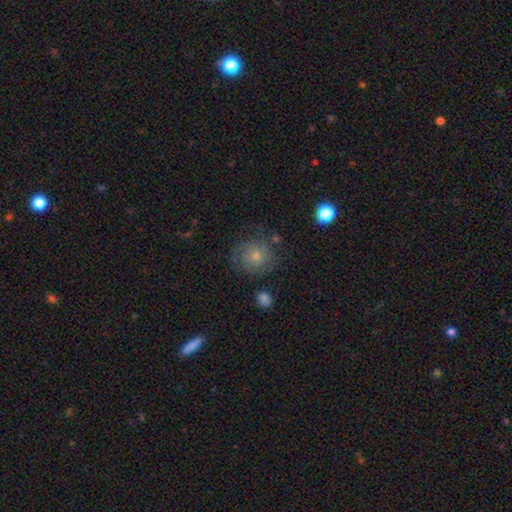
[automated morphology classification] Smooth or featured: smooth — 48% (featured or disk — 37%)
Merging: none — 74% (minor disturbance — 16%)